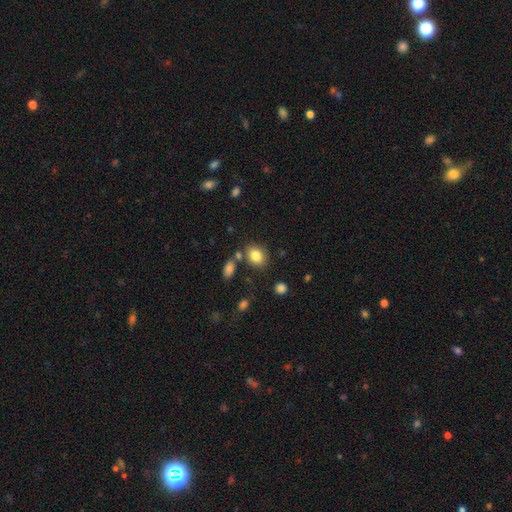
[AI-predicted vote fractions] smooth-or-featured: smooth: 82% | star or artifact: 10% | featured or disk: 8%
  how-rounded: in between: 57% | round: 42% | cigar-shaped: 1%
  merging: none: 75% | minor disturbance: 12% | merger: 10% | major disturbance: 4%